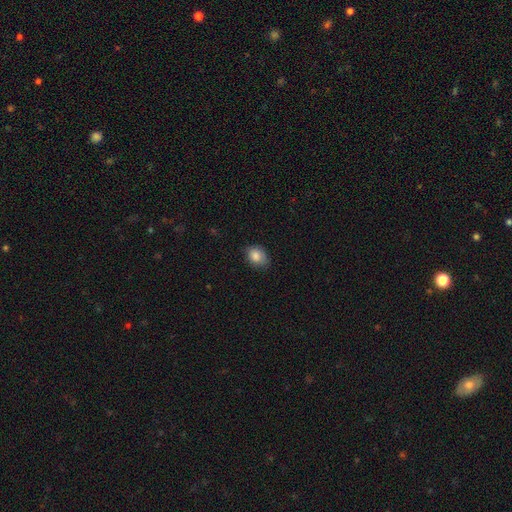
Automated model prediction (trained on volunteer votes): Smooth or featured? Predicted: smooth (p=0.85). How rounded? Predicted: in between (p=0.66). Merging? Predicted: none (p=0.70).